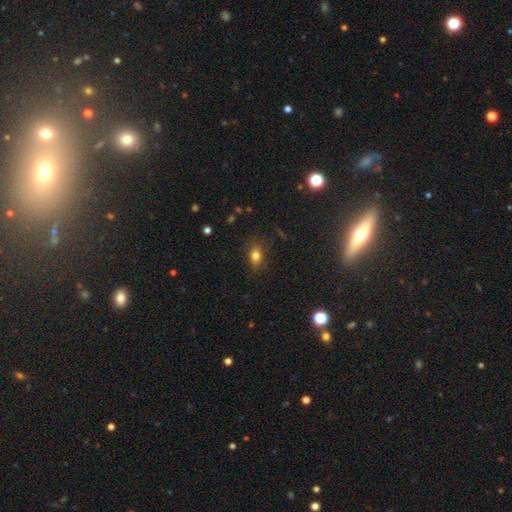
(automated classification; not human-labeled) The model was most divided on "how rounded": in between: 70%, round: 25%, cigar-shaped: 4%. More confident: merging — none (80%); smooth or featured — smooth (76%).